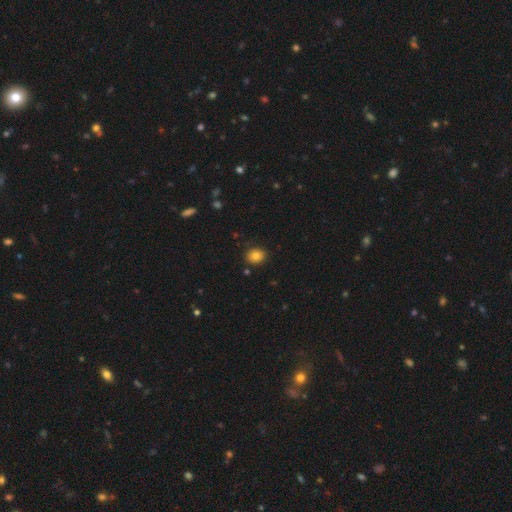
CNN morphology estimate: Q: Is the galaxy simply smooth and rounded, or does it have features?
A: smooth — 82%.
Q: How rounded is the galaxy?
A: round — 59%.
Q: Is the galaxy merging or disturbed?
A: none — 87%.